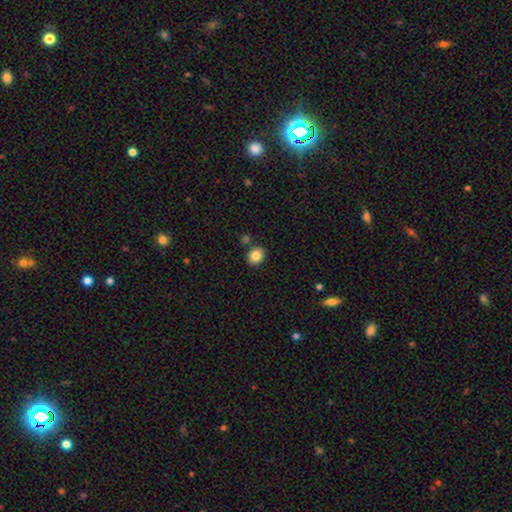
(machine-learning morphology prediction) Overall: smooth (85%). How rounded: round (63%; in between 36%). Merging: none (82%).